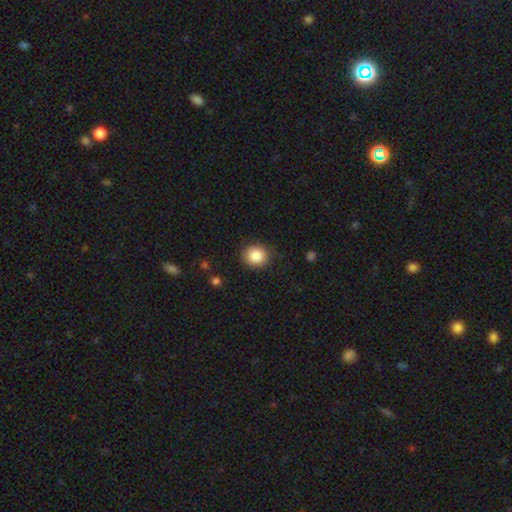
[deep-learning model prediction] Smooth or featured: smooth — 87% (star or artifact — 9%)
How rounded: round — 81% (in between — 18%)
Merging: none — 87% (minor disturbance — 9%)